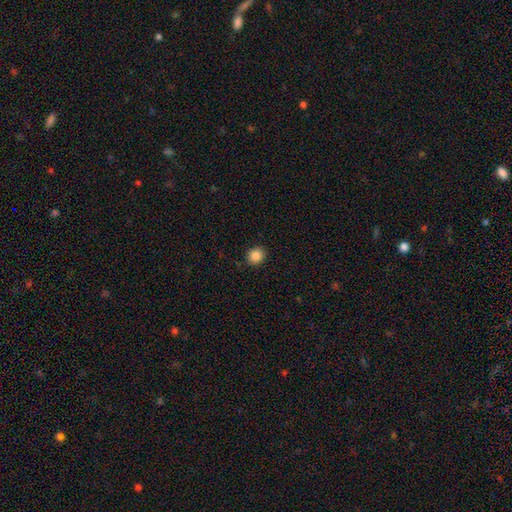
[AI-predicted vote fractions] Smooth or featured?
  - smooth: 86% *
  - star or artifact: 10%
  - featured or disk: 4%
How rounded?
  - round: 73% *
  - in between: 27%
  - cigar-shaped: 1%
Merging?
  - none: 90% *
  - minor disturbance: 7%
  - major disturbance: 2%
  - merger: 1%